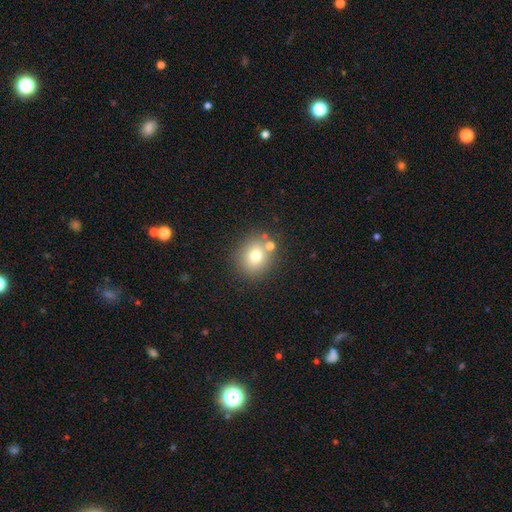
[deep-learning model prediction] This appears to be a smooth galaxy with no disk features (74%) that is round (78%). Merging: none (74%).